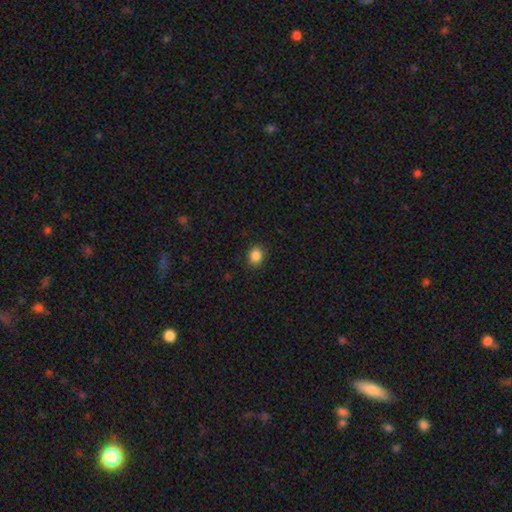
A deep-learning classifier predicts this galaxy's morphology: Smooth or featured? Predicted: smooth (p=0.87). How rounded? Predicted: round (p=0.62). Merging? Predicted: none (p=0.89).